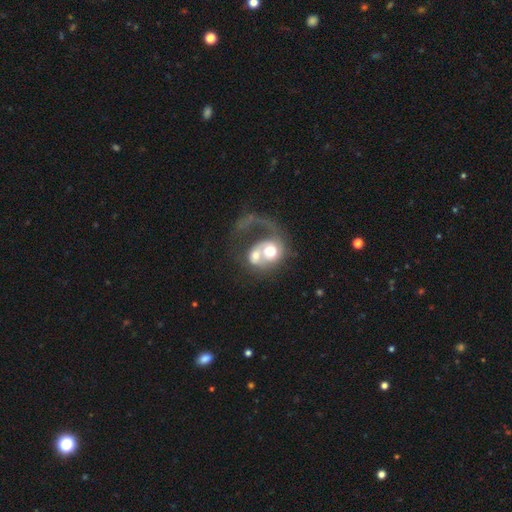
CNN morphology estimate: Q: Smooth or featured?
A: featured or disk (57%); runner-up: smooth (35%)
Q: Edge-on disk?
A: no (97%); runner-up: yes (3%)
Q: Bar?
A: no (78%); runner-up: weak (18%)
Q: Spiral arms?
A: yes (65%); runner-up: no (35%)
Q: Bulge size?
A: moderate (43%); runner-up: large (37%)
Q: Merging?
A: merger (61%); runner-up: major disturbance (23%)